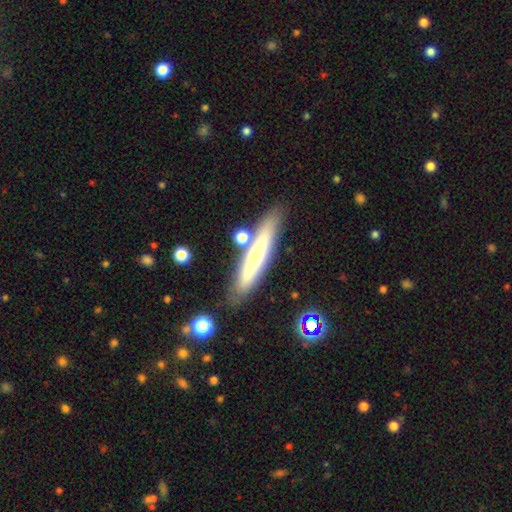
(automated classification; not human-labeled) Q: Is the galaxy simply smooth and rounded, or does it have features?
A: smooth — 54%.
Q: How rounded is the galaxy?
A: cigar-shaped — 88%.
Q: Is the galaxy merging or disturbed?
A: none — 79%.